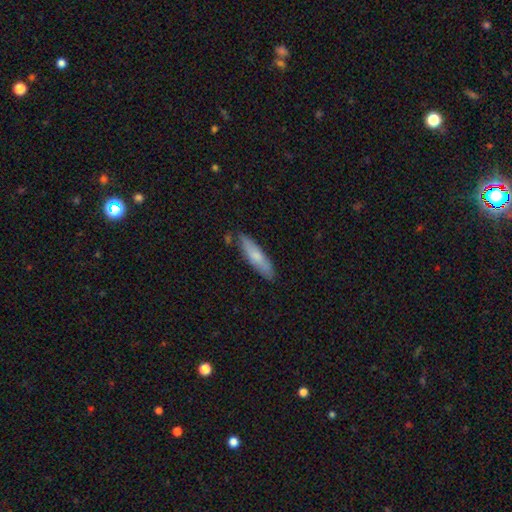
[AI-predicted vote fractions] This appears to be a smooth galaxy with no disk features (71%) that is cigar-shaped (75%). Merging: none (81%).